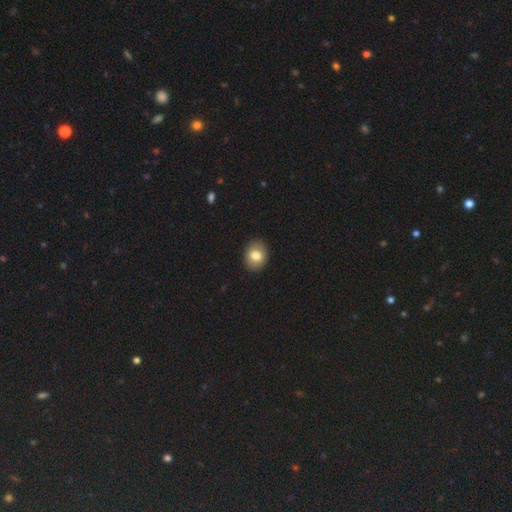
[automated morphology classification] type=smooth (80%); roundness=in between (52%); merging=none (90%).